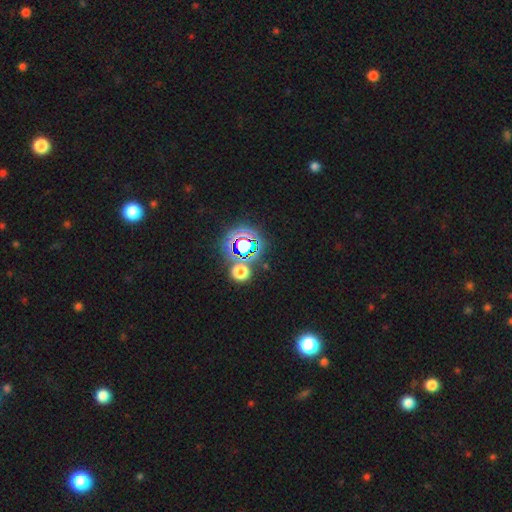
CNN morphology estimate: The model was most divided on "smooth or featured": star or artifact: 76%, smooth: 17%, featured or disk: 8%.